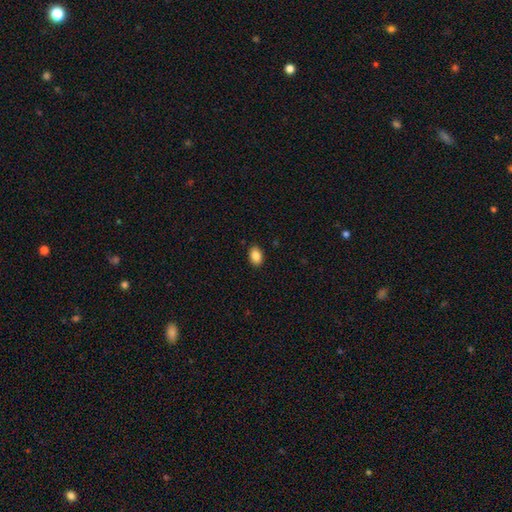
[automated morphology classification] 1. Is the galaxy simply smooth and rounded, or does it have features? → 87% smooth, 8% star or artifact, 5% featured or disk.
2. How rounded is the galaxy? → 84% in between, 14% round, 1% cigar-shaped.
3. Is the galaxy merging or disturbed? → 89% none, 8% minor disturbance, 2% major disturbance, 1% merger.